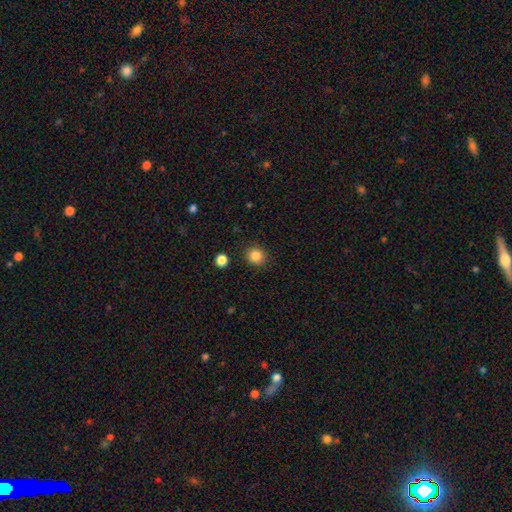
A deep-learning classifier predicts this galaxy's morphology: smooth-or-featured: smooth: 85% | star or artifact: 11% | featured or disk: 4%
  how-rounded: round: 88% | in between: 12% | cigar-shaped: 1%
  merging: none: 89% | minor disturbance: 7% | major disturbance: 2% | merger: 2%